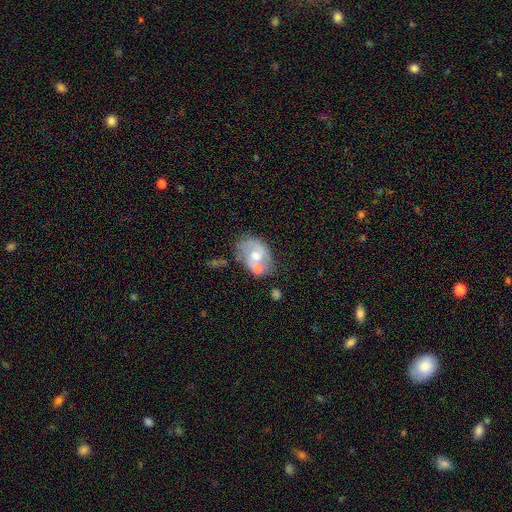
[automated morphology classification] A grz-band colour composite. It shows a featured or disk galaxy (55%) with no bar (68%), spiral arms (57%) and a moderate central bulge (69%). Merging: none (38%).